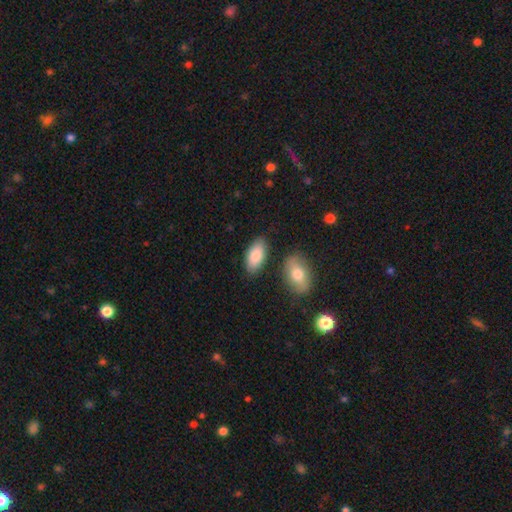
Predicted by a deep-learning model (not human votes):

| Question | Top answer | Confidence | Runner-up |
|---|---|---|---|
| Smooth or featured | smooth | 85% | featured or disk (9%) |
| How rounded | in between | 92% | cigar-shaped (5%) |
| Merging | none | 79% | minor disturbance (11%) |